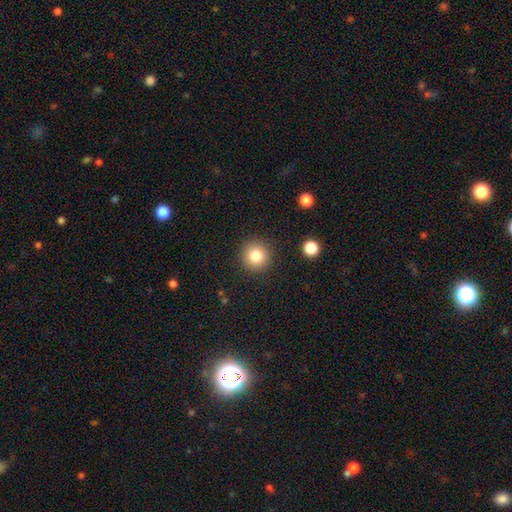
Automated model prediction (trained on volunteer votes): Overall: smooth (82%). How rounded: round (95%). Merging: none (90%).